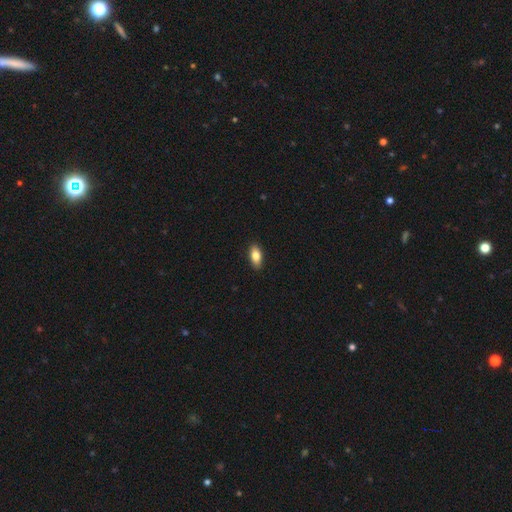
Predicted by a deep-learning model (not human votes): A smooth galaxy with no disk features (82%) that is in between round and cigar-shaped (89%).

Vote fractions:
- Smooth or featured? smooth: 82% / featured or disk: 11% / star or artifact: 7%
- How rounded? in between: 89% / cigar-shaped: 7% / round: 4%
- Merging? none: 90% / minor disturbance: 8% / major disturbance: 2% / merger: 1%